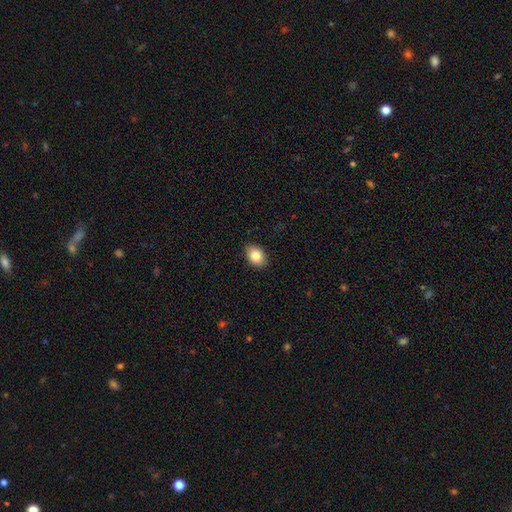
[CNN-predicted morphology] Smooth or featured? smooth (84%)
How rounded? in between (75%)
Merging? none (88%)